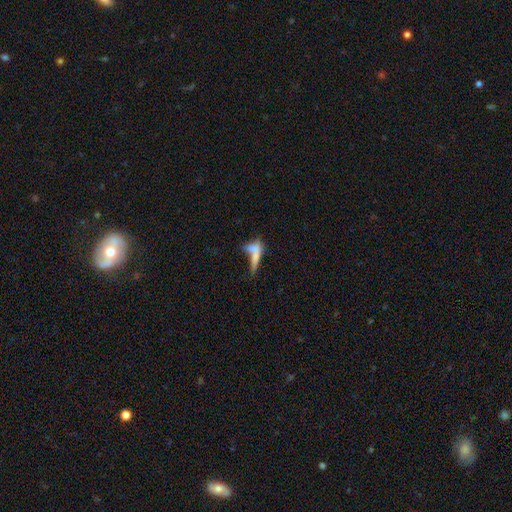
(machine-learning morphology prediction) Smooth or featured?
  - smooth: 60% *
  - featured or disk: 28%
  - star or artifact: 11%
How rounded?
  - cigar-shaped: 58% *
  - in between: 37%
  - round: 5%
Merging?
  - merger: 46% *
  - none: 25%
  - major disturbance: 17%
  - minor disturbance: 12%